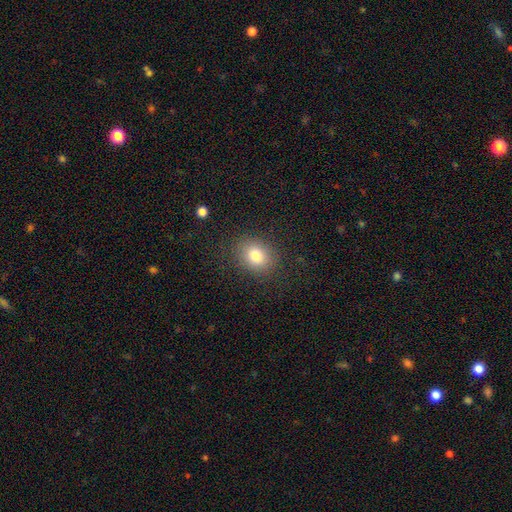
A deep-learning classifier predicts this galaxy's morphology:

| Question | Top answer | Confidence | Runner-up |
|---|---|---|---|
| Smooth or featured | smooth | 80% | star or artifact (11%) |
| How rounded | round | 56% | in between (43%) |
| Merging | none | 86% | minor disturbance (9%) |